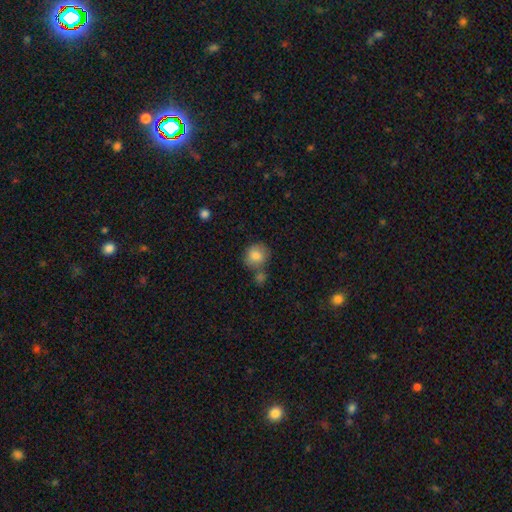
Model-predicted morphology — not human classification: smooth 83%, featured or disk 9%, star or artifact 8%. Down the decision tree: how rounded — round (82%); merging — none (61%).